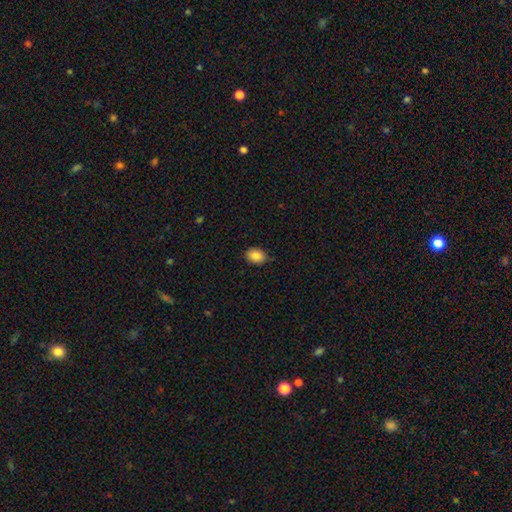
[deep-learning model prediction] Q: Smooth or featured?
A: smooth (87%); runner-up: star or artifact (8%)
Q: How rounded?
A: in between (70%); runner-up: round (29%)
Q: Merging?
A: none (86%); runner-up: minor disturbance (11%)